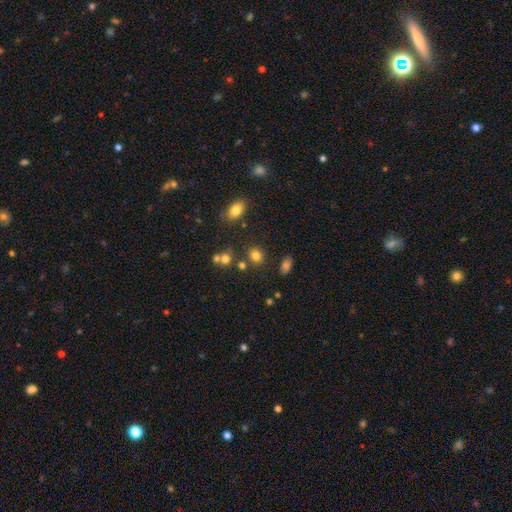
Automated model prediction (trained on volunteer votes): Overall: smooth (78%). How rounded: round (75%). Merging: none (78%).